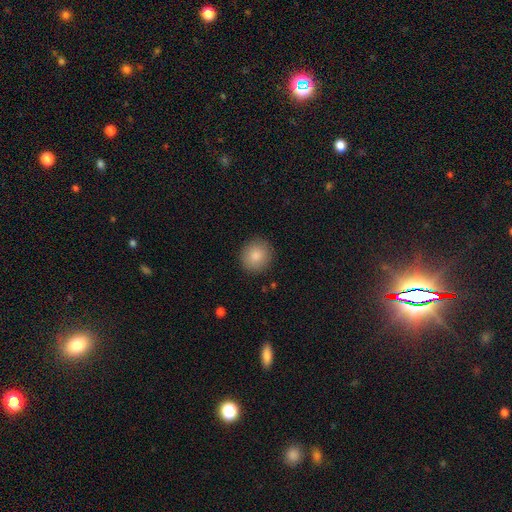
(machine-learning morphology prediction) Q: Smooth or featured?
A: smooth (86%); runner-up: star or artifact (8%)
Q: How rounded?
A: round (83%); runner-up: in between (16%)
Q: Merging?
A: none (89%); runner-up: minor disturbance (8%)